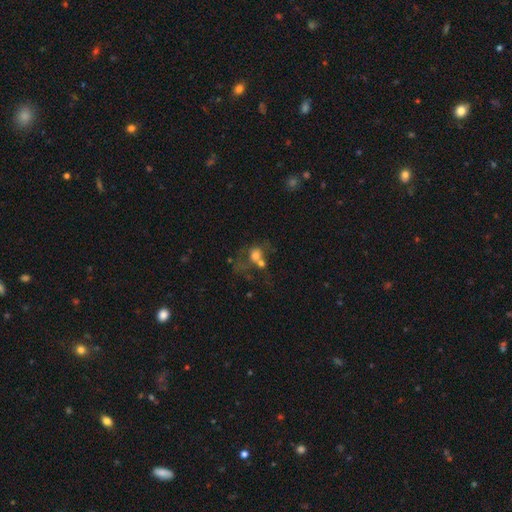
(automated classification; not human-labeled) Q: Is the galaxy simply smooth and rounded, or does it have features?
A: smooth — 57%.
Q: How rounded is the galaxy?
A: round — 66%.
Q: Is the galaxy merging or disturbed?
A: merger — 53%.